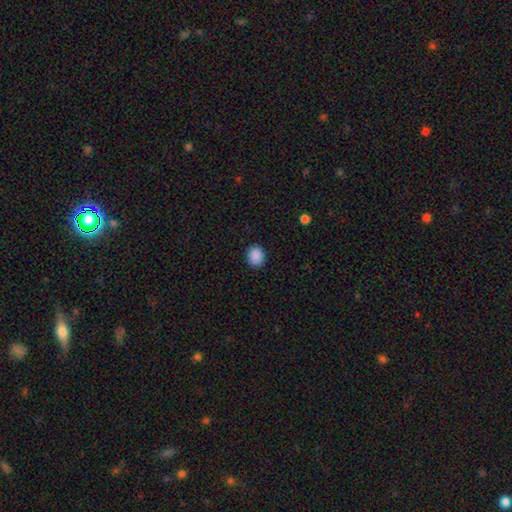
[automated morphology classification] Smooth or featured: smooth — 89% (star or artifact — 8%)
How rounded: round — 61% (in between — 38%)
Merging: none — 88% (minor disturbance — 9%)